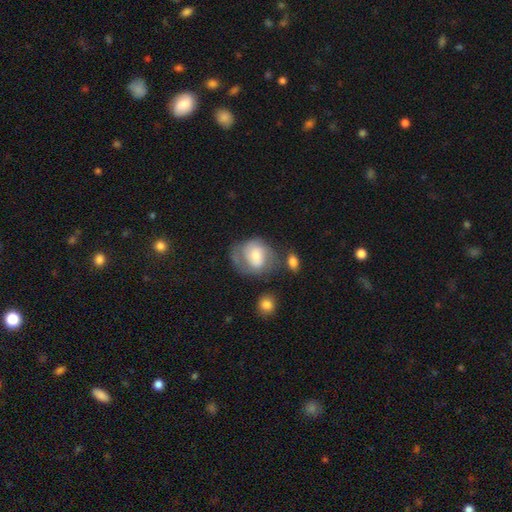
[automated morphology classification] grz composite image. It shows a featured or disk galaxy (48%). Merging: none (44%).